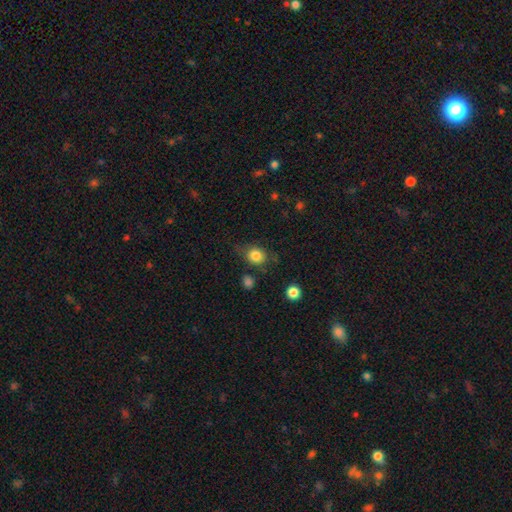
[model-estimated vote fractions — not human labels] smooth_or_featured: smooth (p=0.82) [alt: star or artifact p=0.10]
how_rounded: round (p=0.67) [alt: in between p=0.32]
merging: none (p=0.67) [alt: minor disturbance p=0.21]